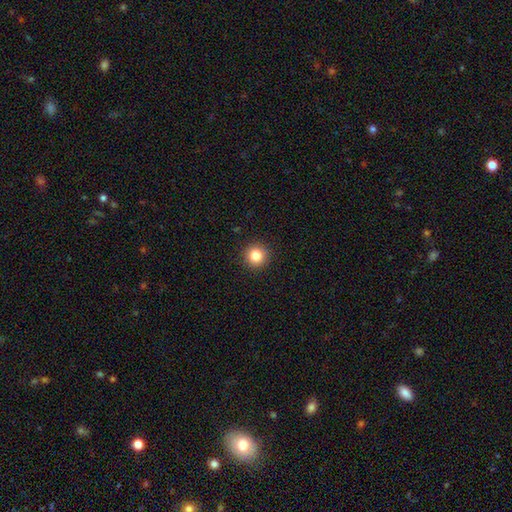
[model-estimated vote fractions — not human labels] Smooth or featured: smooth — 84% (star or artifact — 11%)
How rounded: round — 95% (in between — 4%)
Merging: none — 93% (minor disturbance — 5%)